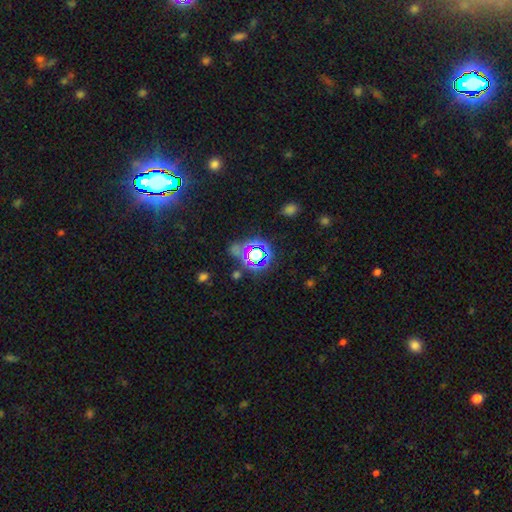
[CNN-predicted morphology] This is likely a star or artifact rather than a galaxy (71%).